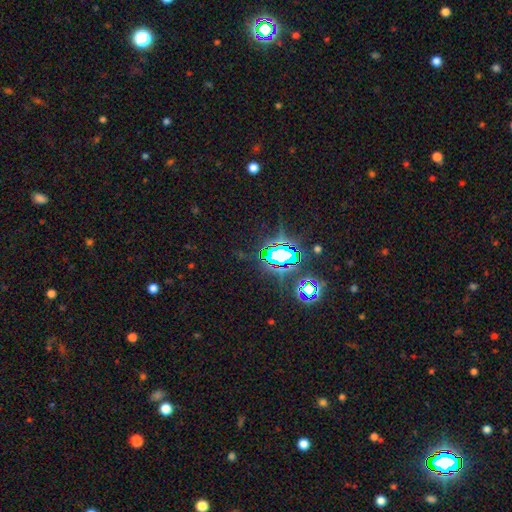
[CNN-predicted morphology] The model was most divided on "smooth or featured": star or artifact: 82%, smooth: 11%, featured or disk: 7%.